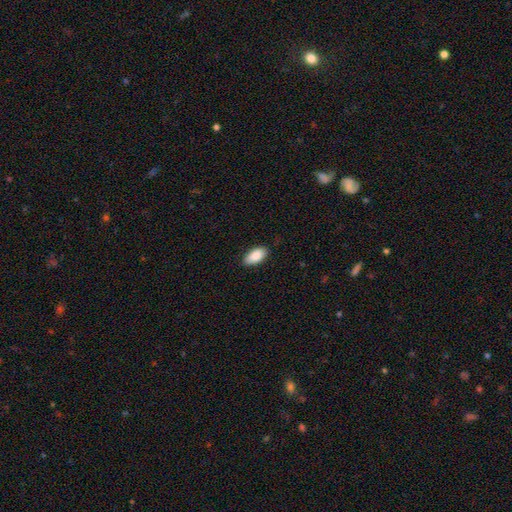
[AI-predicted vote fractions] Smooth or featured? smooth (88%)
How rounded? in between (94%)
Merging? none (87%)